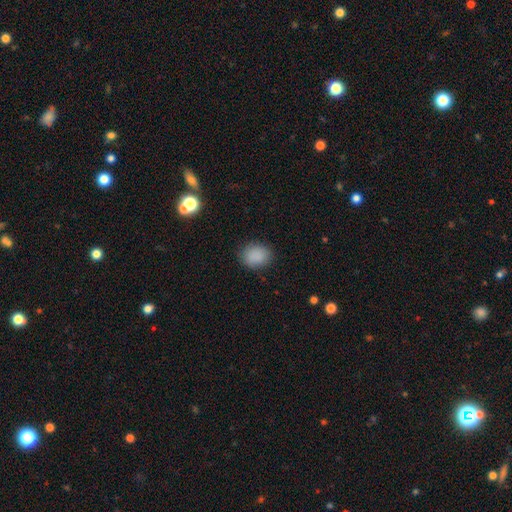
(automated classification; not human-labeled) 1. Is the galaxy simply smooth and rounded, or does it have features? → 87% smooth, 9% star or artifact, 4% featured or disk.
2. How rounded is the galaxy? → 52% round, 47% in between, 1% cigar-shaped.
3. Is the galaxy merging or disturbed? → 85% none, 11% minor disturbance, 3% major disturbance, 1% merger.